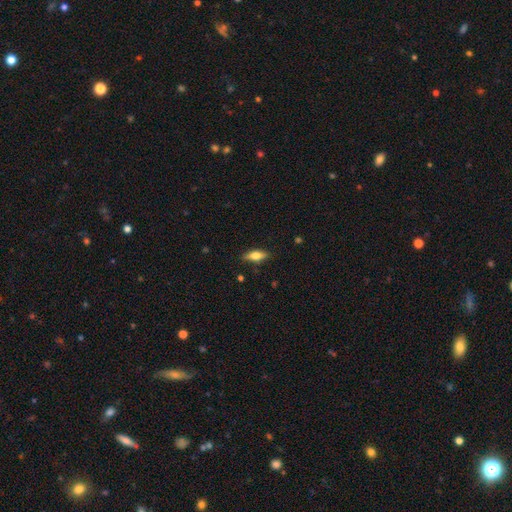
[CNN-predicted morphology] smooth-or-featured: smooth: 63% | featured or disk: 30% | star or artifact: 7%
  how-rounded: in between: 63% | cigar-shaped: 34% | round: 3%
  merging: none: 83% | minor disturbance: 13% | major disturbance: 3% | merger: 1%